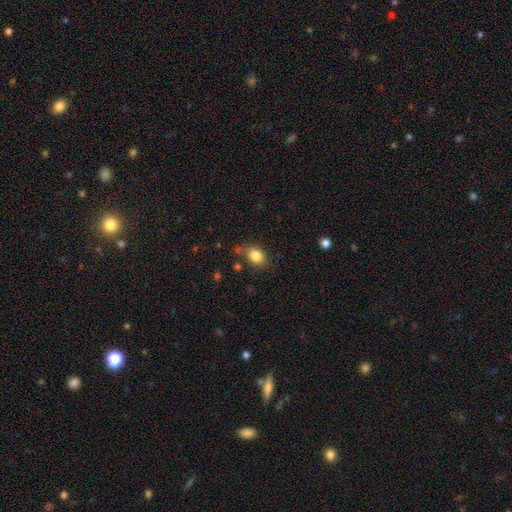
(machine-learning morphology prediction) Overall: smooth (84%). How rounded: in between (68%; round 31%). Merging: none (74%).